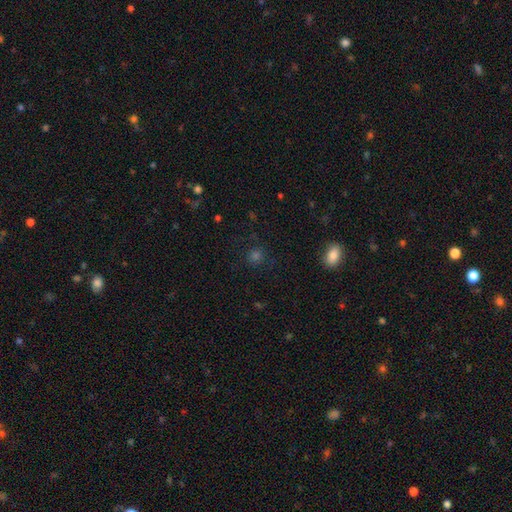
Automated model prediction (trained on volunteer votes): A smooth galaxy with no disk features (62%) that is round (88%).

Vote fractions:
- Smooth or featured? smooth: 62% / star or artifact: 30% / featured or disk: 7%
- How rounded? round: 88% / in between: 10% / cigar-shaped: 1%
- Merging? none: 85% / minor disturbance: 9% / major disturbance: 4% / merger: 2%